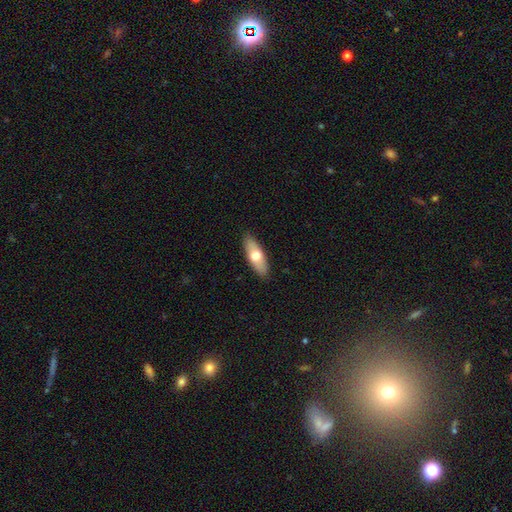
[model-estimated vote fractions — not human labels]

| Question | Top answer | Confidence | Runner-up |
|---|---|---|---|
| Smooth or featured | smooth | 64% | featured or disk (30%) |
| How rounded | in between | 68% | cigar-shaped (29%) |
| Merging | none | 89% | minor disturbance (9%) |